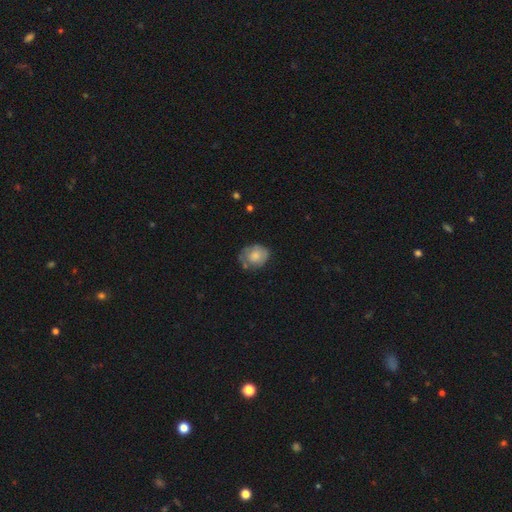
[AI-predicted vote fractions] Overall: smooth (66%; featured or disk 27%). How rounded: round (54%; in between 45%). Merging: none (55%; minor disturbance 30%).